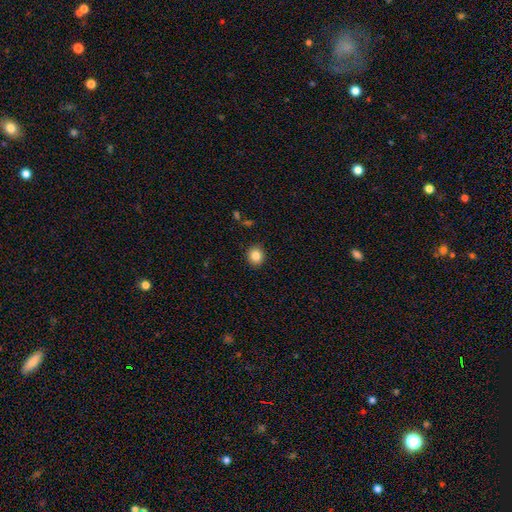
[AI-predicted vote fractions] smooth_or_featured: smooth (p=0.85) [alt: star or artifact p=0.10]
how_rounded: round (p=0.85) [alt: in between p=0.14]
merging: none (p=0.91) [alt: minor disturbance p=0.06]